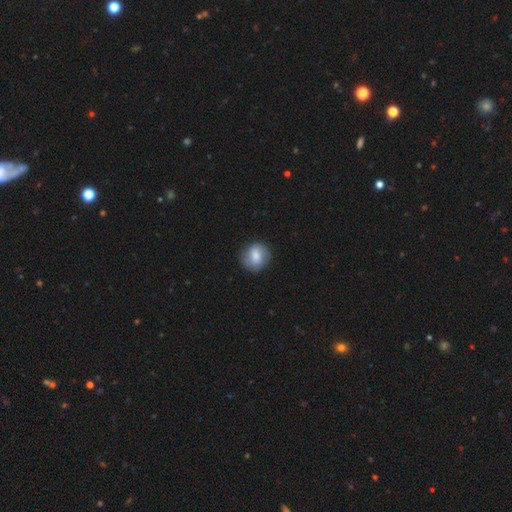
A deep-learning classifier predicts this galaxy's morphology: smooth 67%, featured or disk 25%, star or artifact 8%. Down the decision tree: how rounded — round (82%); merging — none (83%).